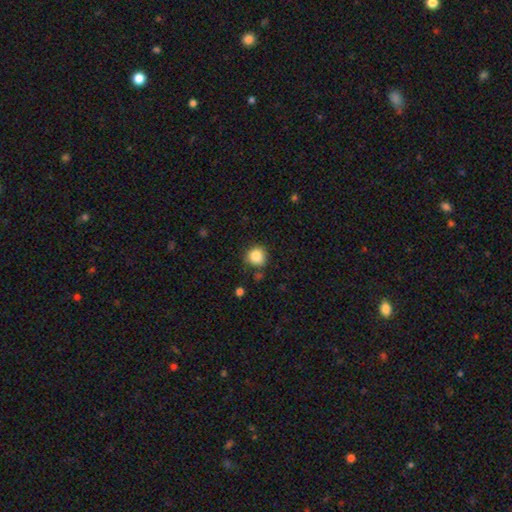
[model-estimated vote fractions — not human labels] smooth_or_featured: smooth (p=0.85) [alt: star or artifact p=0.10]
how_rounded: round (p=0.88) [alt: in between p=0.11]
merging: none (p=0.79) [alt: minor disturbance p=0.14]